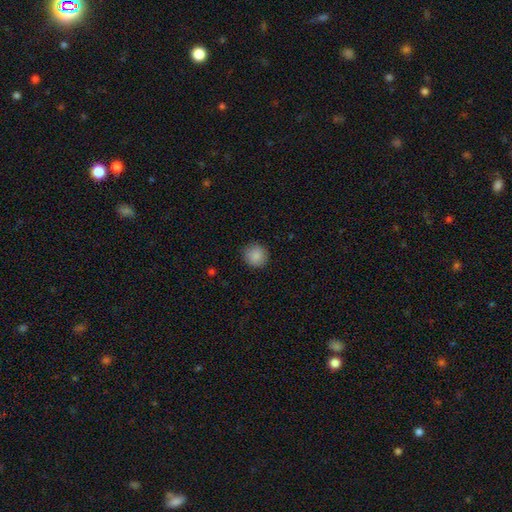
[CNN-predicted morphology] Q: Smooth or featured?
A: smooth (88%); runner-up: star or artifact (9%)
Q: How rounded?
A: round (92%); runner-up: in between (7%)
Q: Merging?
A: none (90%); runner-up: minor disturbance (7%)